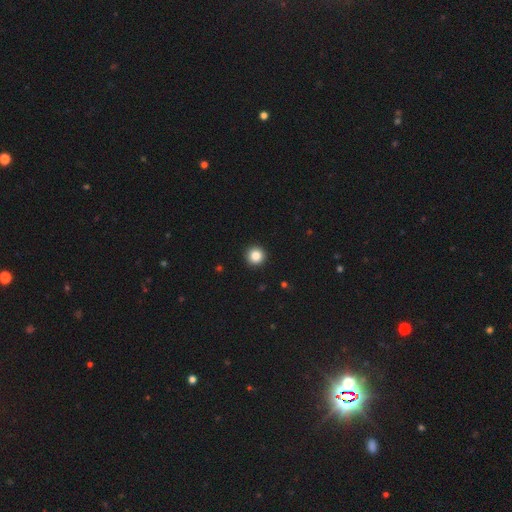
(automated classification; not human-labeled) This appears to be a smooth galaxy with no disk features (85%) that is round (96%). Merging: none (94%).